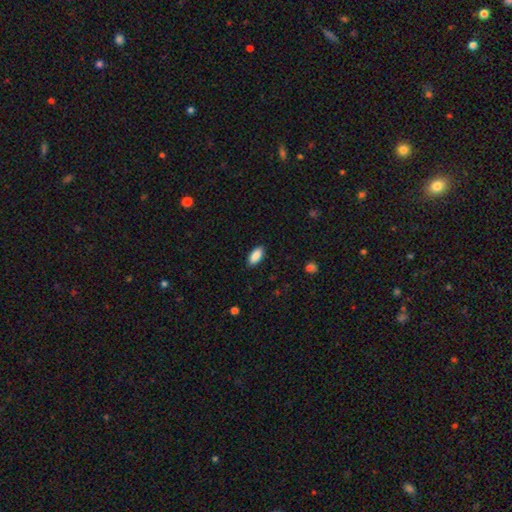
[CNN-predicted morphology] Smooth or featured: smooth — 89% (star or artifact — 6%)
How rounded: in between — 90% (cigar-shaped — 8%)
Merging: none — 89% (minor disturbance — 8%)